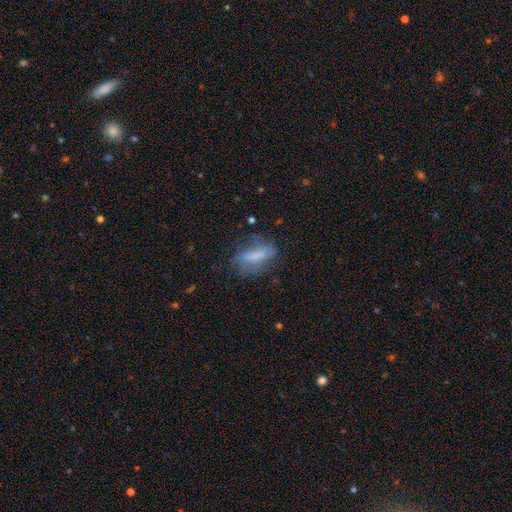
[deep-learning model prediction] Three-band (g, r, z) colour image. It shows a smooth galaxy with no disk features (63%) that is in between round and cigar-shaped (61%). Merging: none (56%).